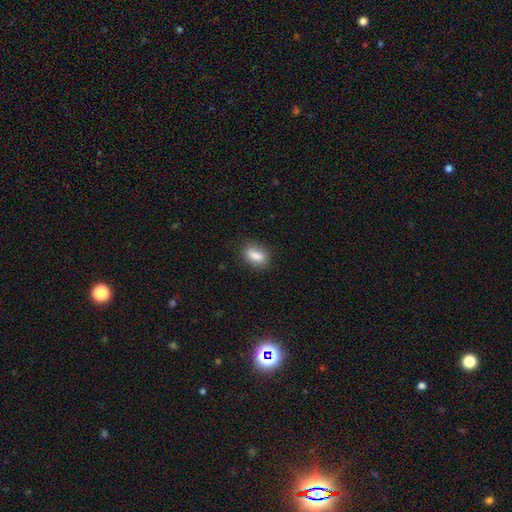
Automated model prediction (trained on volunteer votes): Smooth or featured?
  - smooth: 85% *
  - star or artifact: 8%
  - featured or disk: 7%
How rounded?
  - in between: 83% *
  - round: 11%
  - cigar-shaped: 6%
Merging?
  - none: 80% *
  - minor disturbance: 15%
  - major disturbance: 3%
  - merger: 1%